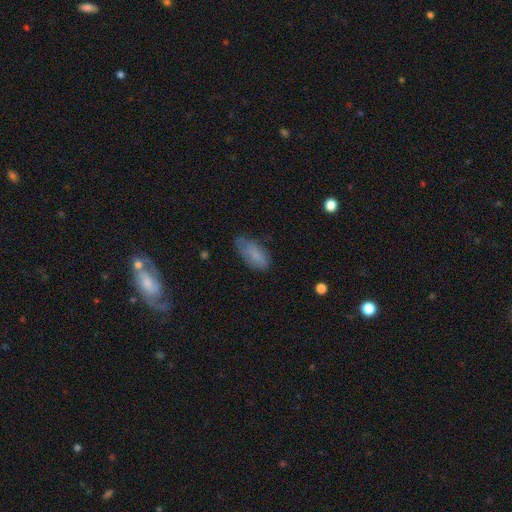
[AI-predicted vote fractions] Smooth or featured? smooth (81%)
How rounded? in between (90%)
Merging? none (58%)